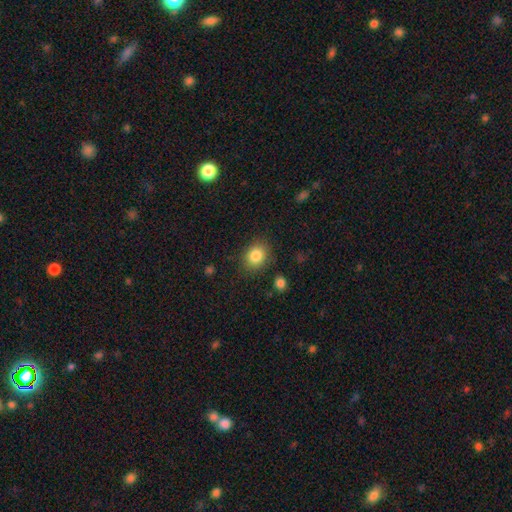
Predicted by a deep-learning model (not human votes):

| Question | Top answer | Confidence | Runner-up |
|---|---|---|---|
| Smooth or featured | smooth | 84% | star or artifact (10%) |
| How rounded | round | 56% | in between (43%) |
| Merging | none | 84% | minor disturbance (11%) |